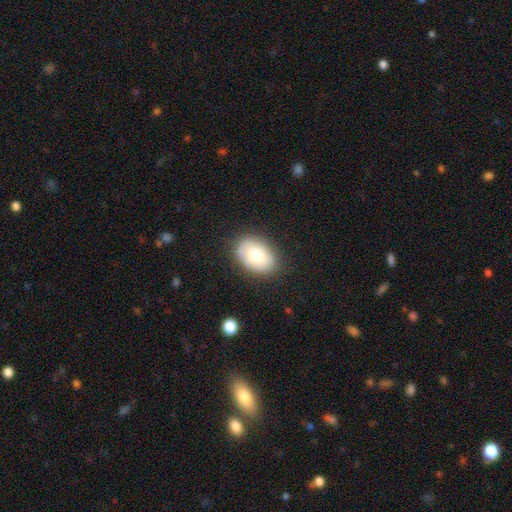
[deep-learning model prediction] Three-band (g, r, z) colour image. It shows a smooth galaxy with no disk features (73%) that is in between round and cigar-shaped (84%). Merging: none (78%).